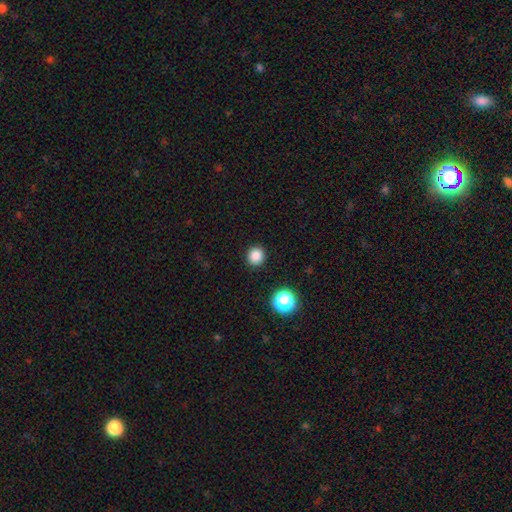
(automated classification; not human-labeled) smooth 84%, star or artifact 13%, featured or disk 3%. Down the decision tree: how rounded — round (90%); merging — none (91%).